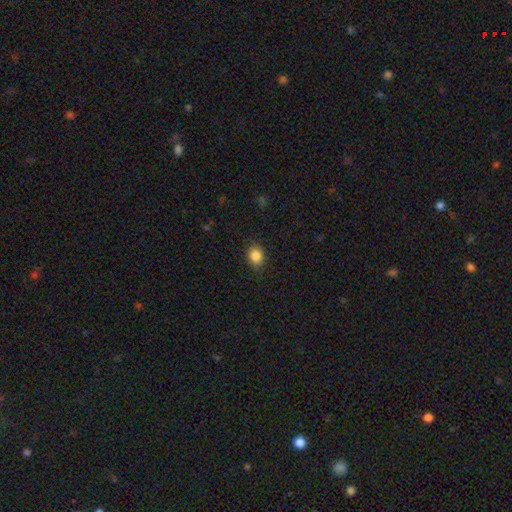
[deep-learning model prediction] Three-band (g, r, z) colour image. It shows a smooth galaxy with no disk features (86%) that is round (61%). Merging: none (86%).